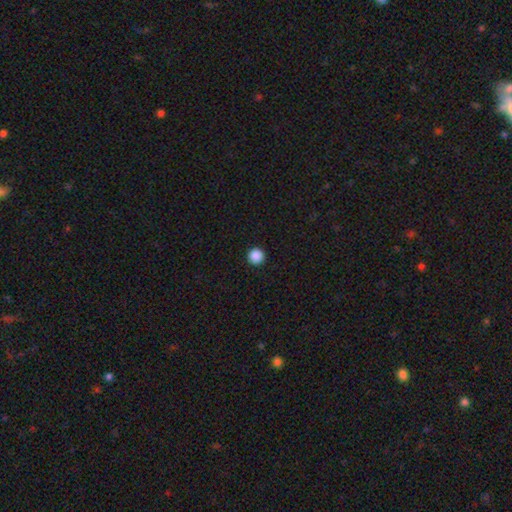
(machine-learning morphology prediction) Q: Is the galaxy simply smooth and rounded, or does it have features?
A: smooth — 88%.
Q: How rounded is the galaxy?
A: round — 97%.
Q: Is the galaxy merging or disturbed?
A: none — 94%.